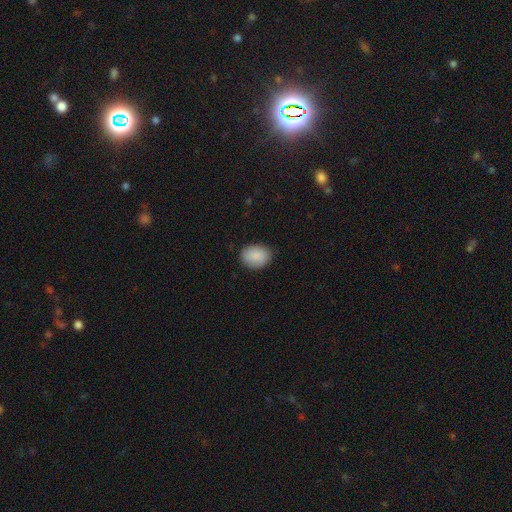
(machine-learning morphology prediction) A smooth galaxy with no disk features (89%) that is in between round and cigar-shaped (64%). Merging: none (84%).